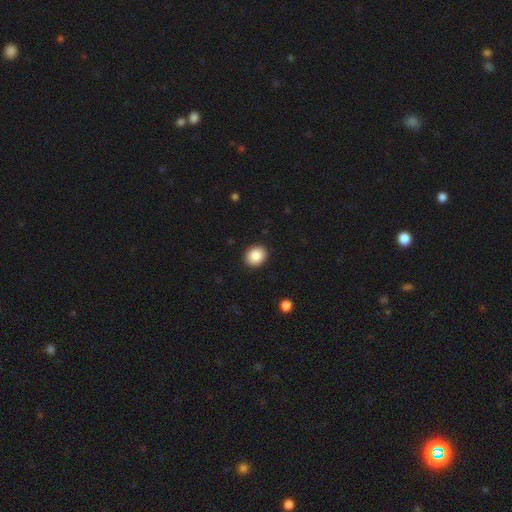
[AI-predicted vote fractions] Smooth or featured? Predicted: smooth (p=0.88). How rounded? Predicted: round (p=0.61). Merging? Predicted: none (p=0.91).